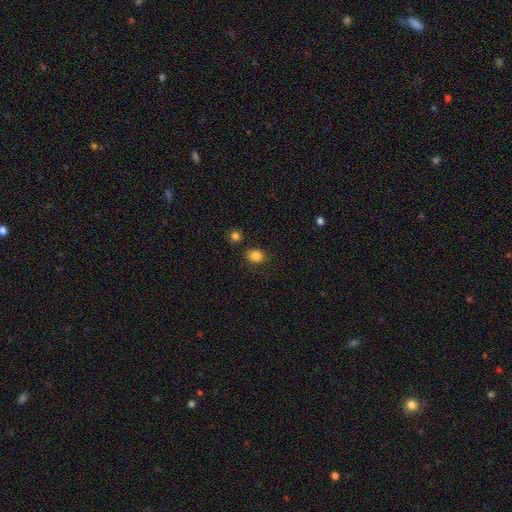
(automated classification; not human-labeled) Smooth or featured? smooth (84%)
How rounded? round (57%)
Merging? none (83%)